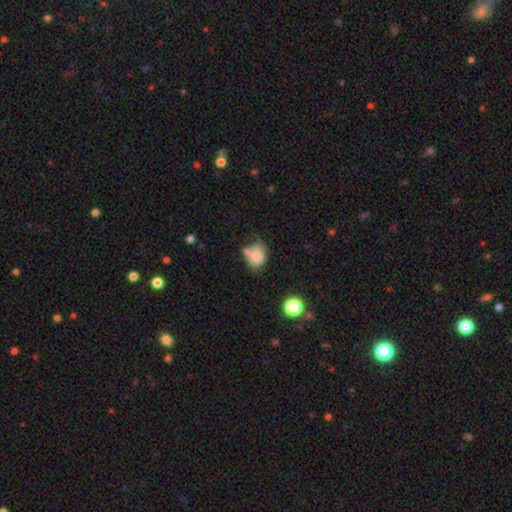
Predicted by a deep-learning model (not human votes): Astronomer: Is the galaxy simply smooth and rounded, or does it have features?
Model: smooth — 77%.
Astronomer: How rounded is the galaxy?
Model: round — 55% (runner-up: in between, 44%).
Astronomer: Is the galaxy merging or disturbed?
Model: none — 41% (runner-up: minor disturbance, 30%).